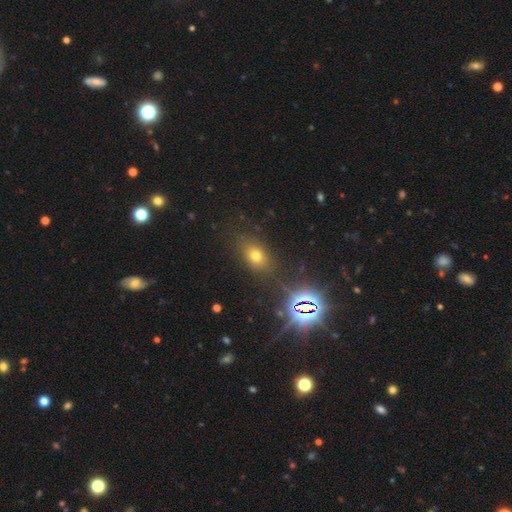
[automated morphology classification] This is likely a smooth galaxy (60%). How rounded: likely in between (70%). Merging: clearly none (81%).